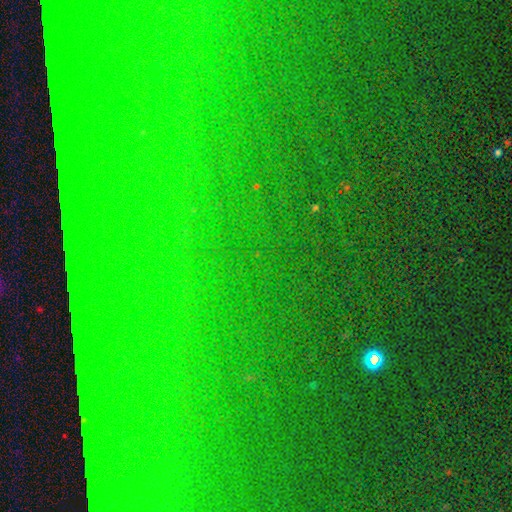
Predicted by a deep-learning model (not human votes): Overall: star or artifact (83%).